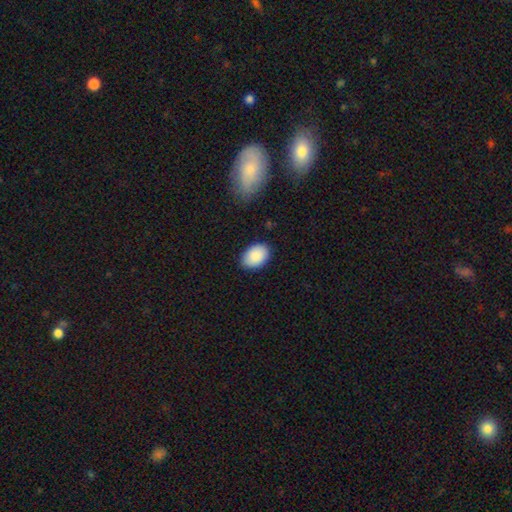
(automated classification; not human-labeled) This is clearly a smooth galaxy (89%). How rounded: clearly in between (84%). Merging: clearly none (84%).